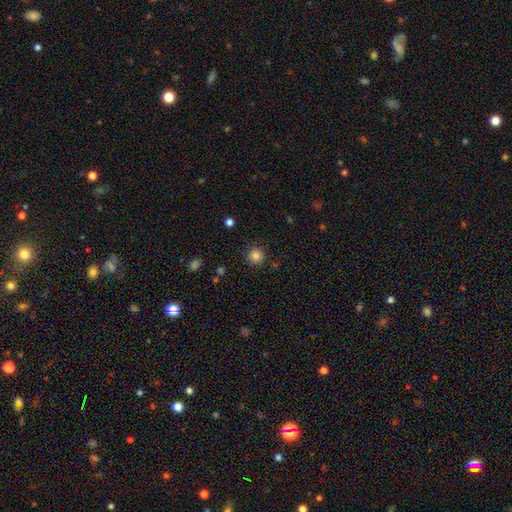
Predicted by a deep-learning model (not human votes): Smooth or featured: smooth — 84% (star or artifact — 12%)
How rounded: round — 94% (in between — 5%)
Merging: none — 89% (minor disturbance — 7%)